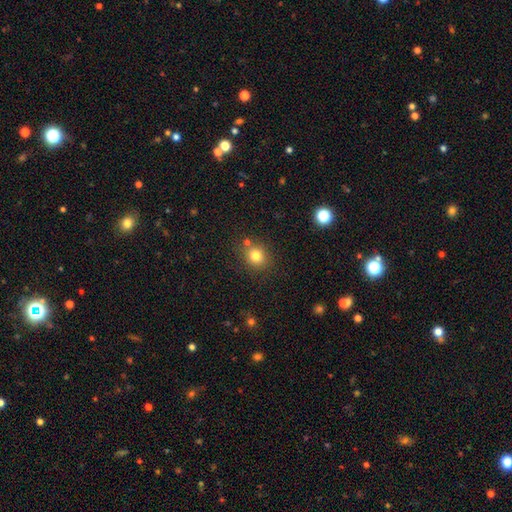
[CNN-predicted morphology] This appears to be a smooth galaxy with no disk features (79%) that is round (79%). Merging: none (77%).